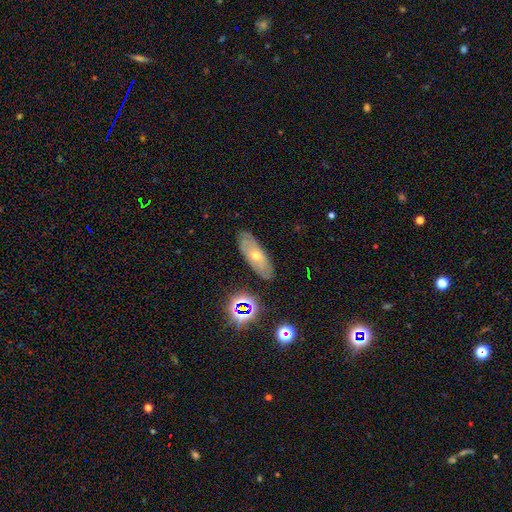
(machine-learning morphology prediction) Smooth or featured?
  - featured or disk: 51% *
  - smooth: 34%
  - star or artifact: 15%
Edge-on disk?
  - no: 75% *
  - yes: 25%
Merging?
  - none: 82% *
  - minor disturbance: 13%
  - major disturbance: 3%
  - merger: 2%